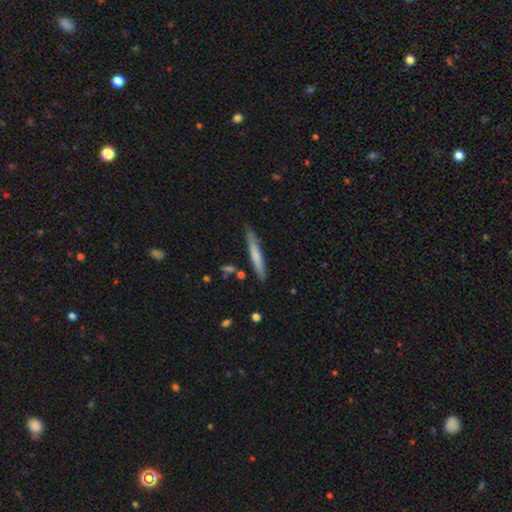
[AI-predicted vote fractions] Smooth or featured? smooth (68%)
How rounded? cigar-shaped (95%)
Merging? none (85%)